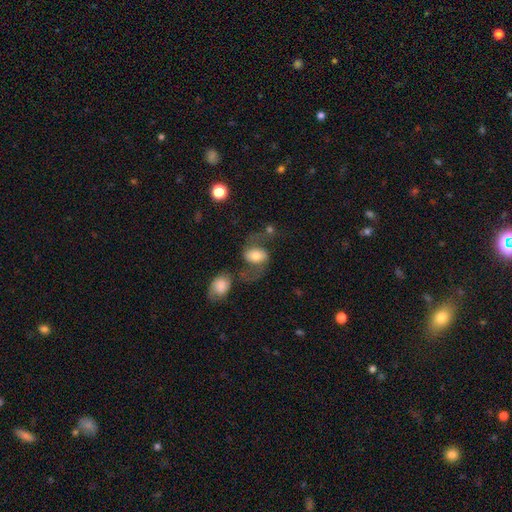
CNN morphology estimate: Smooth or featured? Predicted: featured or disk (p=0.51). Edge-on disk? Predicted: no (p=0.96). Merging? Predicted: none (p=0.44).